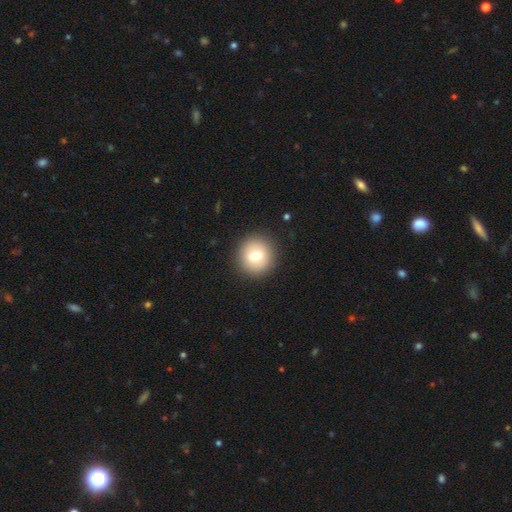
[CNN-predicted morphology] smooth_or_featured: smooth (p=0.74) [alt: featured or disk p=0.17]
how_rounded: round (p=0.91) [alt: in between p=0.08]
merging: none (p=0.91) [alt: minor disturbance p=0.06]